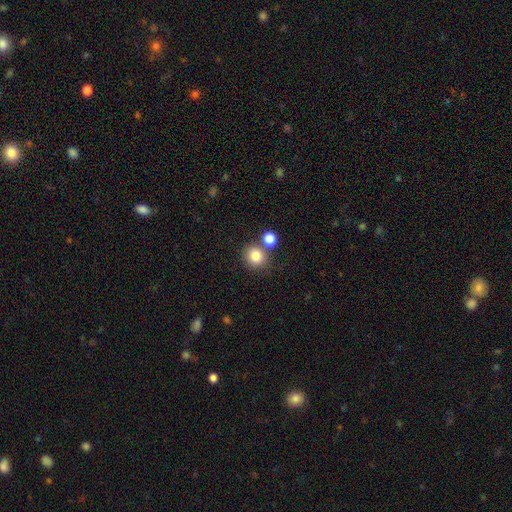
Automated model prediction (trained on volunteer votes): Q: Smooth or featured?
A: smooth (82%); runner-up: star or artifact (11%)
Q: How rounded?
A: round (83%); runner-up: in between (16%)
Q: Merging?
A: none (67%); runner-up: merger (20%)